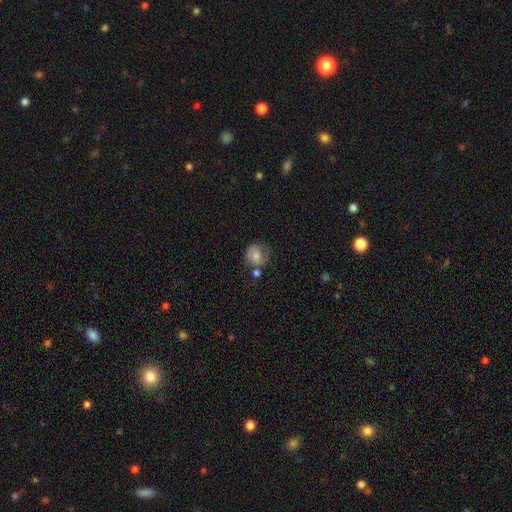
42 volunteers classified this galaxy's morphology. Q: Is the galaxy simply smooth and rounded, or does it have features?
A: smooth — 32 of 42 (76%).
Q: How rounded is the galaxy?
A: round — 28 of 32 (88%).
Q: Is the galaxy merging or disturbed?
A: none — 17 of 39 (44%).